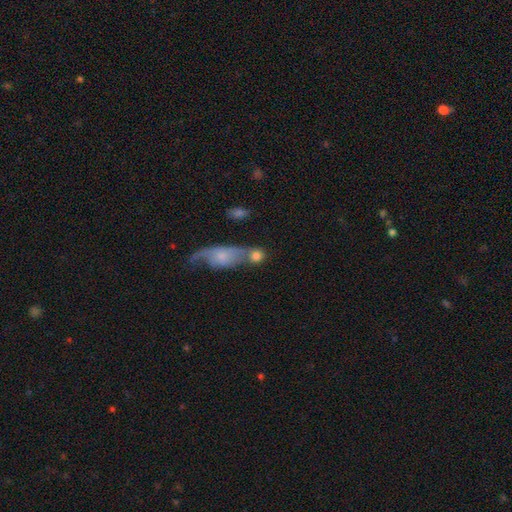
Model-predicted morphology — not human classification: smooth 56%, featured or disk 33%, star or artifact 11%. Down the decision tree: how rounded — round (53%); merging — merger (41%).